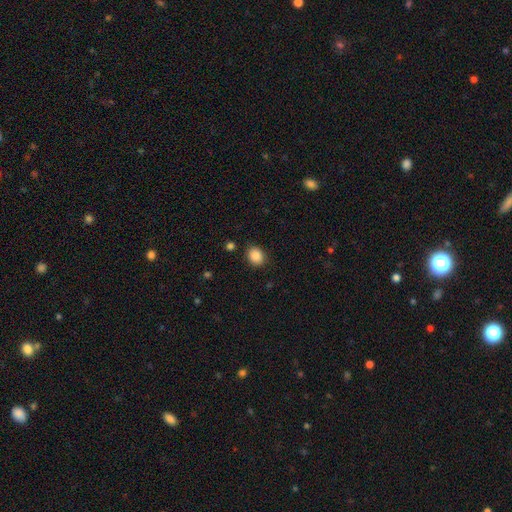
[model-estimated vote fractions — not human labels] This appears to be a smooth galaxy with no disk features (88%) that is round (57%). Merging: none (85%).